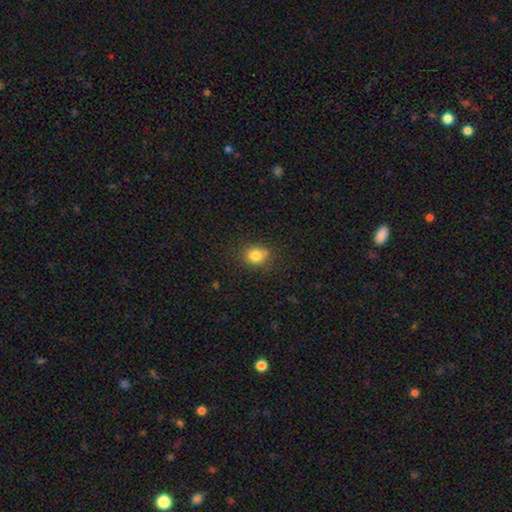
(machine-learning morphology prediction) Smooth or featured?
  - smooth: 81% *
  - star or artifact: 12%
  - featured or disk: 7%
How rounded?
  - round: 72% *
  - in between: 28%
  - cigar-shaped: 1%
Merging?
  - none: 74% *
  - minor disturbance: 15%
  - merger: 6%
  - major disturbance: 4%